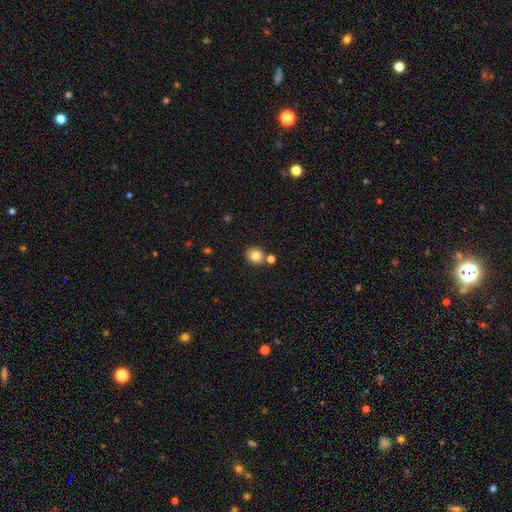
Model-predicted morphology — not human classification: This is clearly a smooth galaxy (81%). How rounded: clearly round (84%). Merging: likely none (75%).